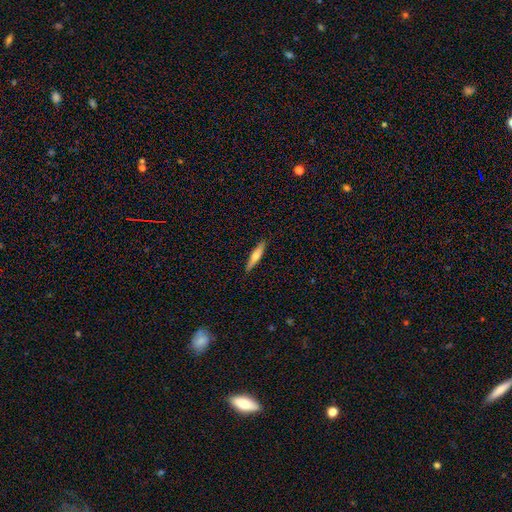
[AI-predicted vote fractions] Smooth or featured? smooth (53%)
How rounded? cigar-shaped (85%)
Merging? none (90%)